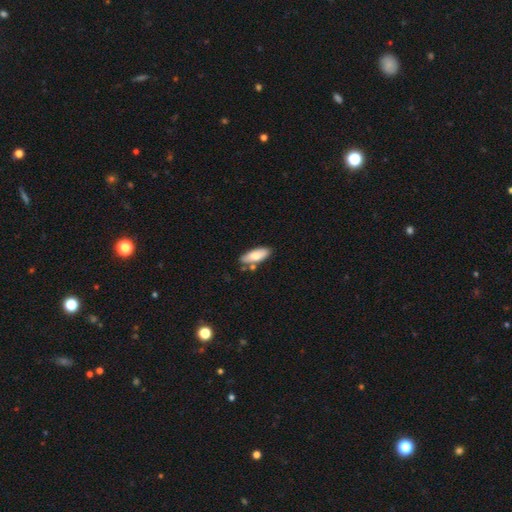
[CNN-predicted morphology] Smooth or featured? Predicted: smooth (p=0.77). How rounded? Predicted: in between (p=0.75). Merging? Predicted: none (p=0.72).